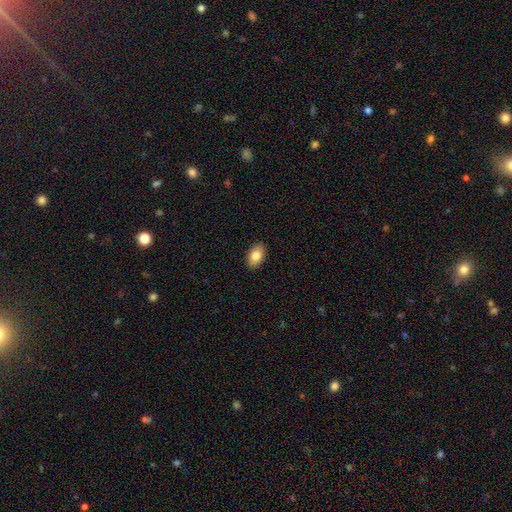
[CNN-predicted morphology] Smooth or featured? smooth (84%)
How rounded? in between (92%)
Merging? none (89%)